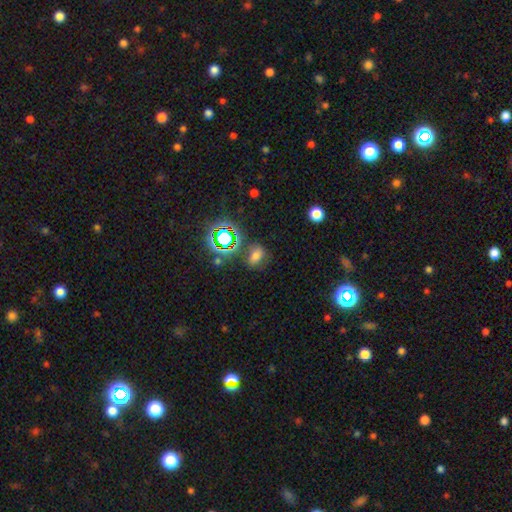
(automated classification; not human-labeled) This appears to be a smooth galaxy with no disk features (61%) that is in between round and cigar-shaped (73%). Merging: none (69%).